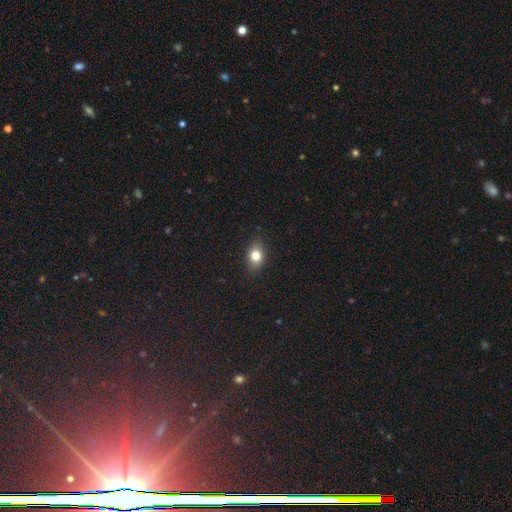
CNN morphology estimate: type=smooth (78%); roundness=in between (65%); merging=none (85%).